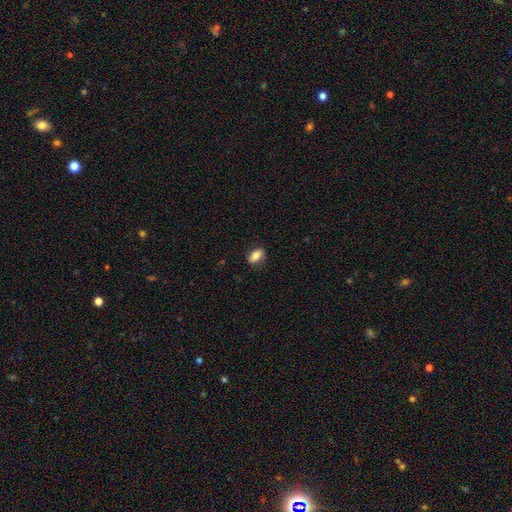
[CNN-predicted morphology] This is likely a smooth galaxy (77%). How rounded: clearly in between (86%). Merging: likely none (80%).